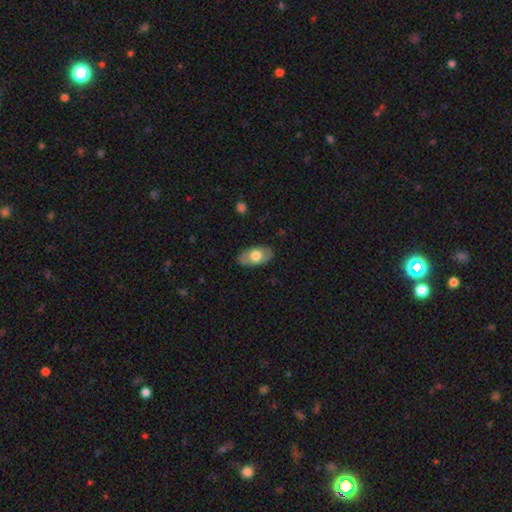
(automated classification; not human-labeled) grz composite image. It shows a smooth galaxy with no disk features (59%) that is in between round and cigar-shaped (92%). Merging: none (83%).